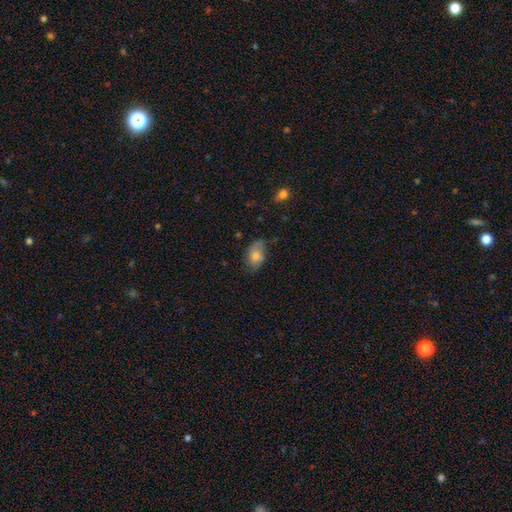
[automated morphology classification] type=smooth (70%); roundness=in between (88%); merging=none (61%).